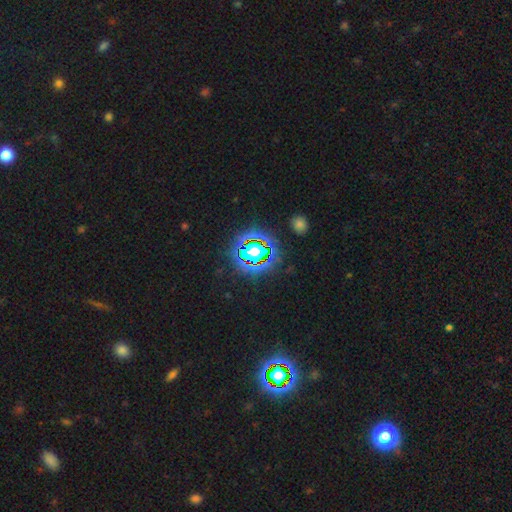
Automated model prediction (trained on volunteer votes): A star or artifact, not a galaxy (79%).